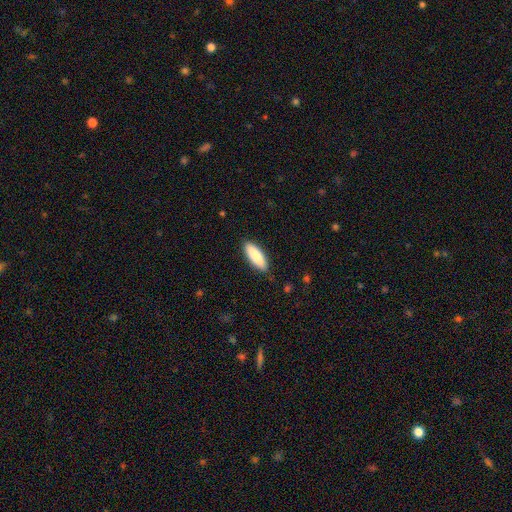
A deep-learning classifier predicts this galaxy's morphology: Overall: smooth (87%). How rounded: in between (63%; cigar-shaped 36%). Merging: none (88%).